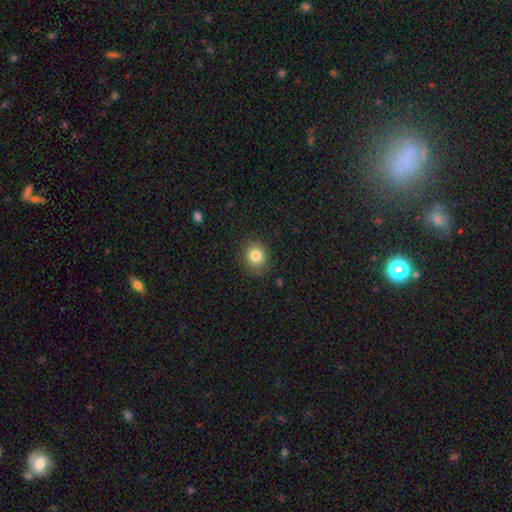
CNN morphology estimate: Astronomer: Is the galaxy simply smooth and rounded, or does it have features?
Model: smooth — 82%.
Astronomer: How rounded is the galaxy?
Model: round — 78%.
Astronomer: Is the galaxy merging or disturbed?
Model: none — 88%.